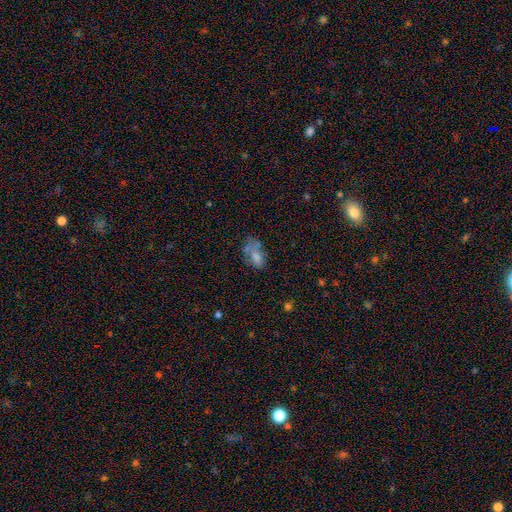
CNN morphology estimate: Q: Smooth or featured?
A: smooth (65%); runner-up: featured or disk (23%)
Q: How rounded?
A: in between (89%); runner-up: round (7%)
Q: Merging?
A: none (38%); runner-up: minor disturbance (26%)